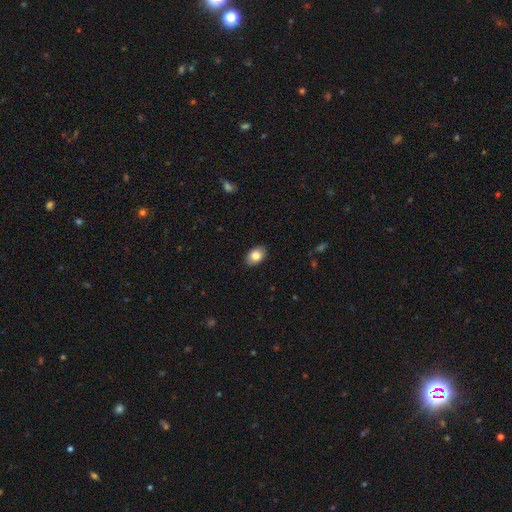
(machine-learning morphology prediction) Smooth or featured? Predicted: smooth (p=0.84). How rounded? Predicted: in between (p=0.85). Merging? Predicted: none (p=0.89).